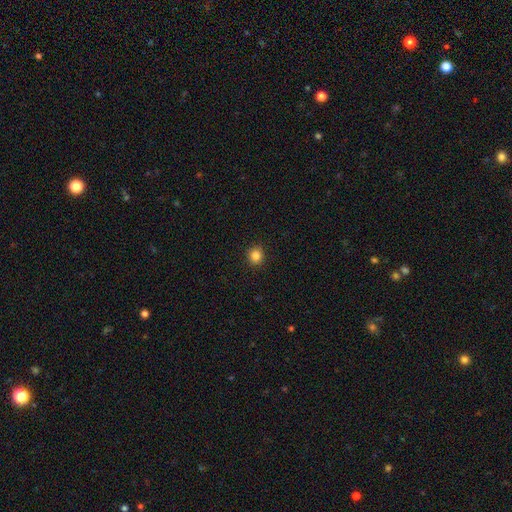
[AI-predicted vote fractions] A smooth galaxy with no disk features (85%) that is round (90%). Merging: none (92%).